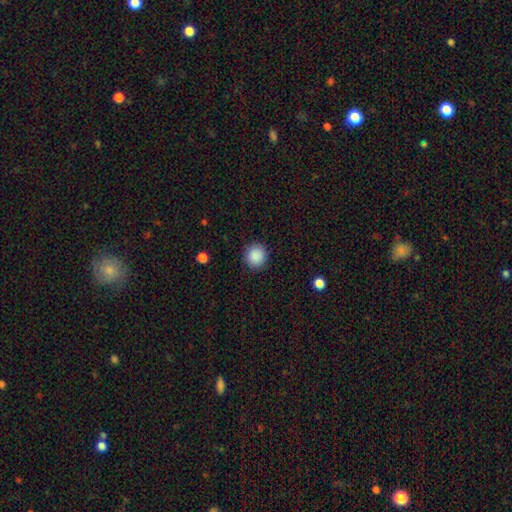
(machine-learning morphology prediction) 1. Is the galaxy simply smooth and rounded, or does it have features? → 89% smooth, 9% star or artifact, 3% featured or disk.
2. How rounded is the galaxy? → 93% round, 6% in between, 1% cigar-shaped.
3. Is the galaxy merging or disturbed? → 90% none, 6% minor disturbance, 2% major disturbance, 1% merger.